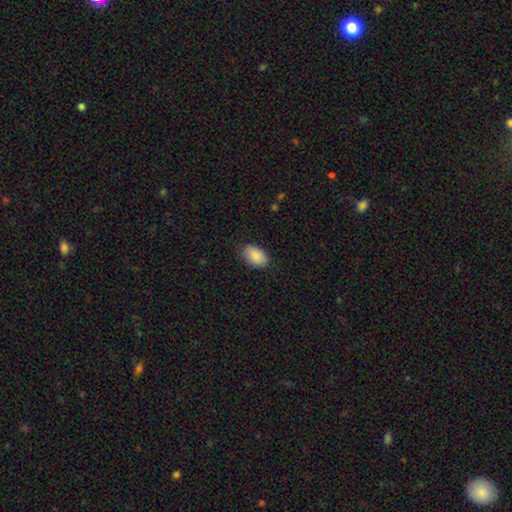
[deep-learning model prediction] A smooth galaxy with no disk features (88%) that is in between round and cigar-shaped (93%).

Vote fractions:
- Smooth or featured? smooth: 88% / star or artifact: 7% / featured or disk: 5%
- How rounded? in between: 93% / round: 6% / cigar-shaped: 1%
- Merging? none: 86% / minor disturbance: 11% / major disturbance: 2% / merger: 1%